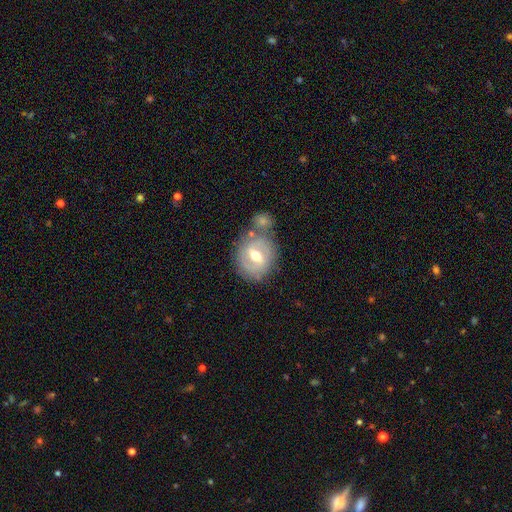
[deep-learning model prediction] Smooth or featured? featured or disk (63%)
Edge-on disk? no (95%)
Bar? weak (50%)
Spiral arms? yes (59%)
Bulge size? moderate (76%)
Merging? none (59%)